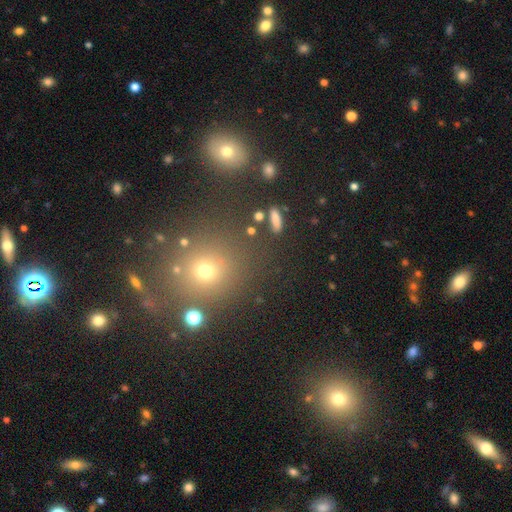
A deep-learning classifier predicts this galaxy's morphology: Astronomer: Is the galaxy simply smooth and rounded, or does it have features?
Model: smooth — 49% (runner-up: star or artifact, 39%).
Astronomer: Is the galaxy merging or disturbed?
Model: none — 79%.